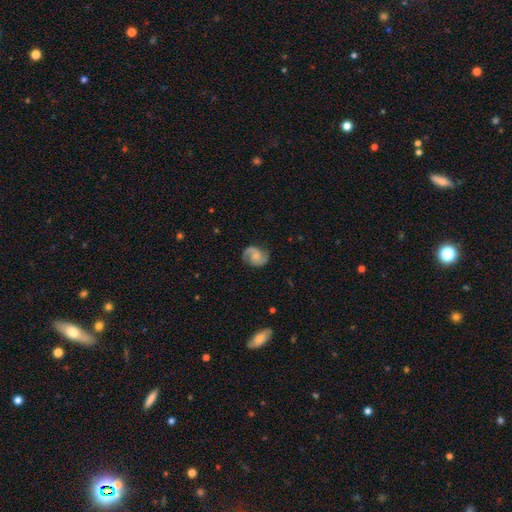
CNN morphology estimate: Smooth or featured? Predicted: featured or disk (p=0.79). Edge-on disk? Predicted: no (p=0.98). Bar? Predicted: no (p=0.58). Spiral arms? Predicted: yes (p=0.96). Spiral winding? Predicted: medium (p=0.53). Spiral arm count? Predicted: 2 (p=0.90). Bulge size? Predicted: small (p=0.50). Merging? Predicted: none (p=0.79).